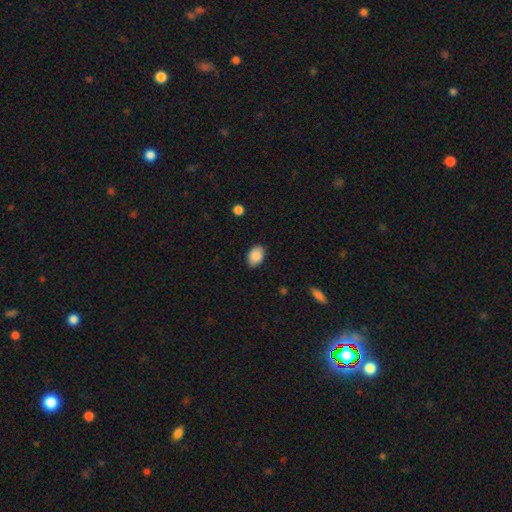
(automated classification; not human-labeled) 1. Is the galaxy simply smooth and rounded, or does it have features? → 89% smooth, 7% star or artifact, 4% featured or disk.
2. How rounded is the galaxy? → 82% in between, 17% round, 1% cigar-shaped.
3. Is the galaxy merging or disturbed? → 86% none, 10% minor disturbance, 2% major disturbance, 1% merger.